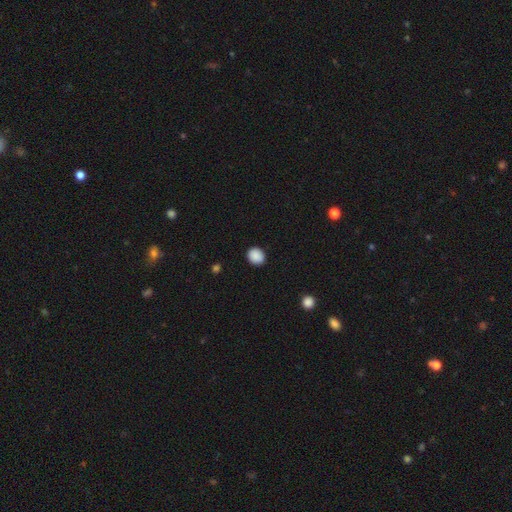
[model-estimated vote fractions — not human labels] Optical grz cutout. It shows a smooth galaxy with no disk features (89%) that is round (68%). Merging: none (90%).